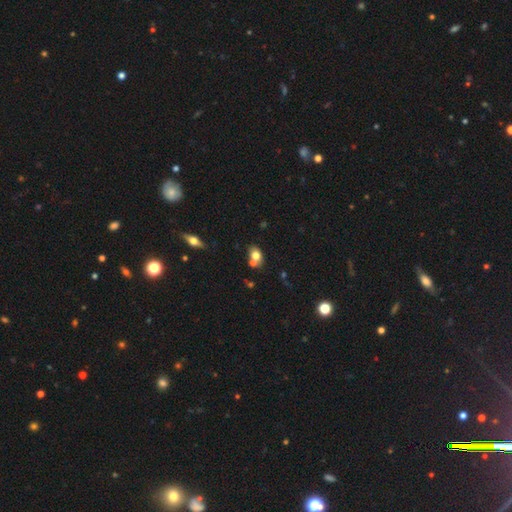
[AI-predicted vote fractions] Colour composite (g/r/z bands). It shows a smooth galaxy with no disk features (71%) that is in between round and cigar-shaped (65%). Merging: none (50%).